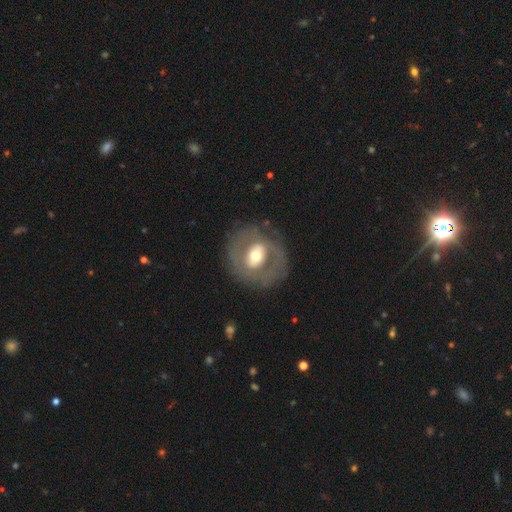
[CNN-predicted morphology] Overall: featured or disk (62%; smooth 32%). Edge-on disk: no (95%). Bar: no (44%; weak 32%). Spiral arms: no (70%). Bulge size: moderate (66%). Merging: none (75%).